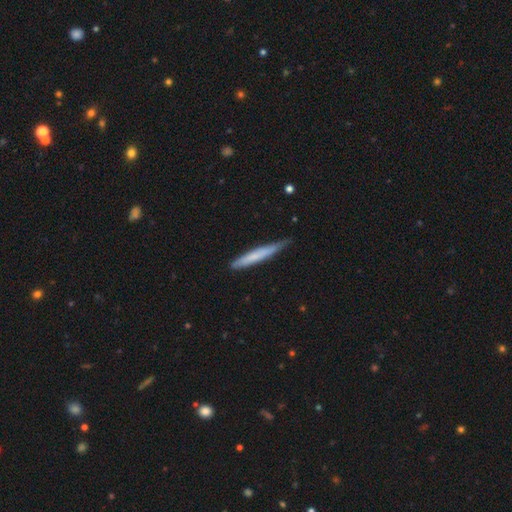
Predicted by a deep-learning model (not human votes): Overall: smooth (65%; featured or disk 29%). How rounded: cigar-shaped (95%). Merging: none (71%).